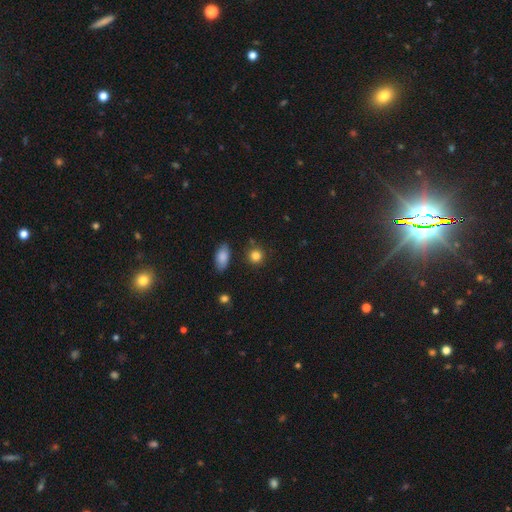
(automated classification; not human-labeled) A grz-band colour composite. It shows a smooth galaxy with no disk features (84%) that is round (87%). Merging: none (84%).